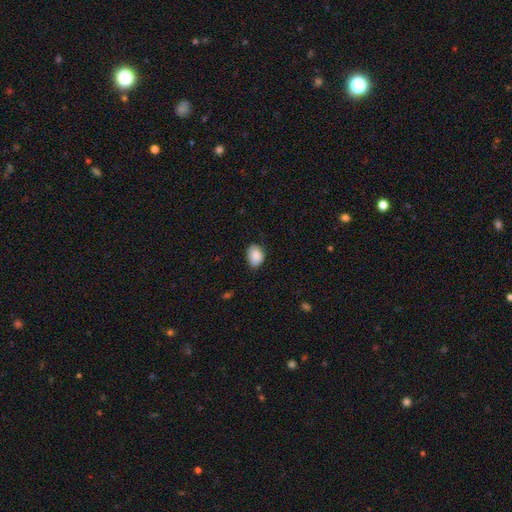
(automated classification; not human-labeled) smooth-or-featured: smooth: 86% | star or artifact: 7% | featured or disk: 7%
  how-rounded: in between: 74% | round: 25% | cigar-shaped: 1%
  merging: none: 74% | minor disturbance: 22% | major disturbance: 3% | merger: 1%